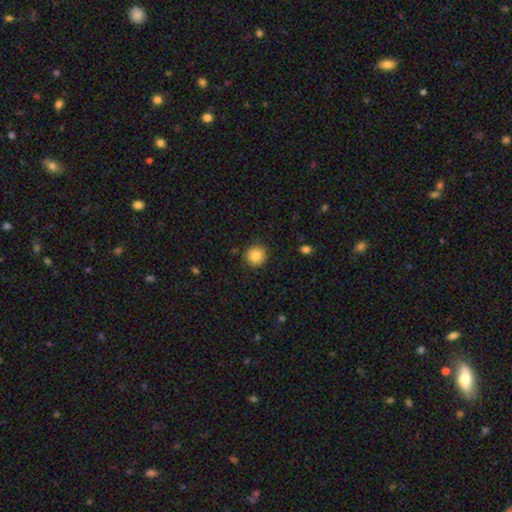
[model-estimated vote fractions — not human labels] A smooth galaxy with no disk features (86%) that is round (93%). Merging: none (89%).